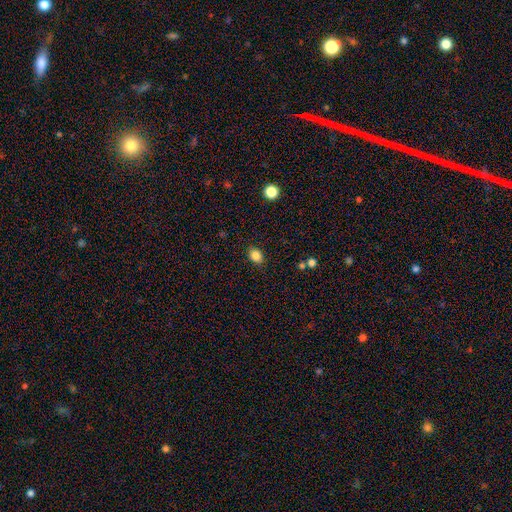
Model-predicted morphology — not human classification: Smooth or featured? smooth (85%)
How rounded? in between (61%)
Merging? none (87%)